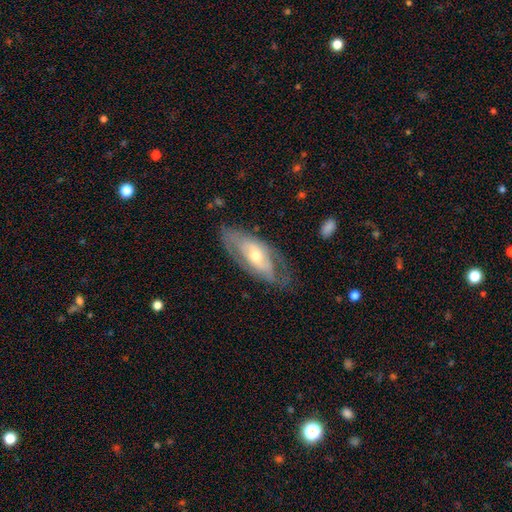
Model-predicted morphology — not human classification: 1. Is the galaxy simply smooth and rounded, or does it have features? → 69% featured or disk, 25% smooth, 6% star or artifact.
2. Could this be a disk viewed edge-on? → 85% no, 15% yes.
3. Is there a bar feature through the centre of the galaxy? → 57% no, 28% weak, 15% strong.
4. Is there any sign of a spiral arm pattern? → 64% yes, 36% no.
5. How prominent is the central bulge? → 59% moderate, 35% small, 4% large, 1% none, 1% dominant.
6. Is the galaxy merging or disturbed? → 68% none, 20% minor disturbance, 10% major disturbance, 2% merger.